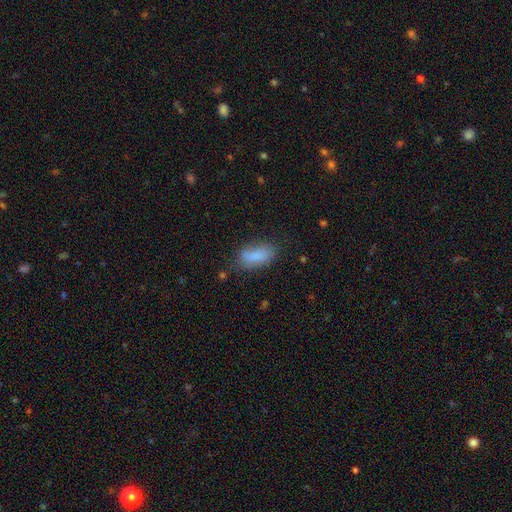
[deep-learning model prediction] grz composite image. It shows a smooth galaxy with no disk features (82%) that is in between round and cigar-shaped (85%). Merging: none (66%).